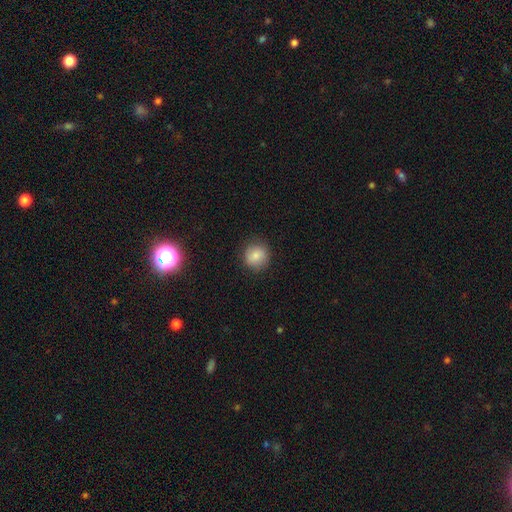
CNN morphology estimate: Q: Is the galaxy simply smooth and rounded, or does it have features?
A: smooth — 83%.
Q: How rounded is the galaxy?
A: round — 88%.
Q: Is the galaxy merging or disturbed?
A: none — 86%.